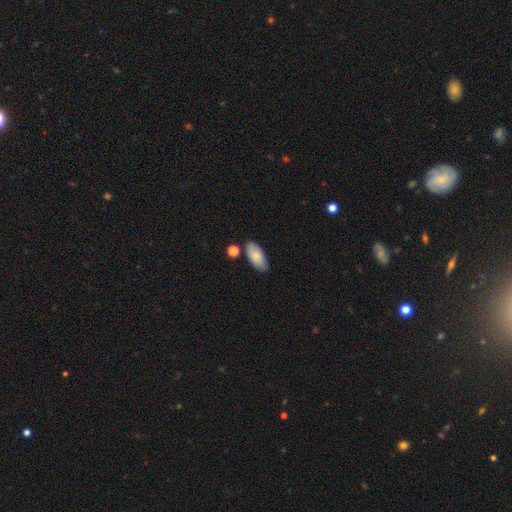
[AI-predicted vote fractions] A smooth galaxy with no disk features (84%) that is in between round and cigar-shaped (91%). Merging: none (79%).